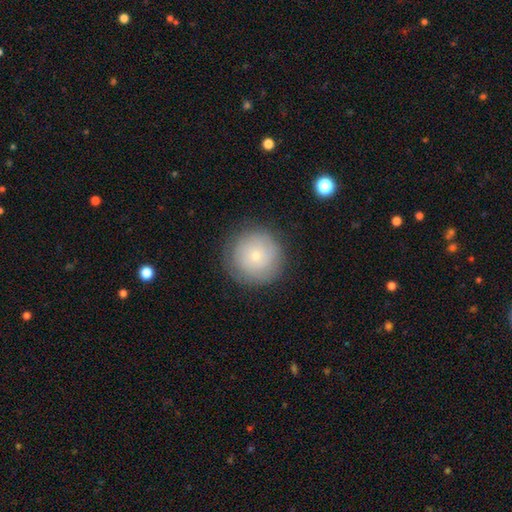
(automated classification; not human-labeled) This is likely a smooth galaxy (66%). How rounded: clearly round (96%). Merging: clearly none (86%).